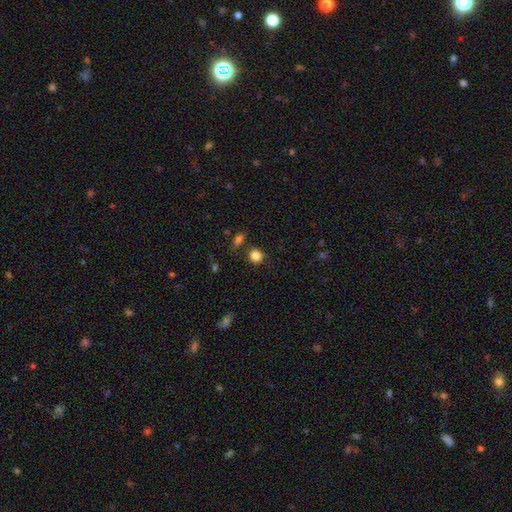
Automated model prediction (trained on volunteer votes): Smooth or featured: smooth — 84% (star or artifact — 12%)
How rounded: round — 80% (in between — 19%)
Merging: none — 80% (minor disturbance — 10%)